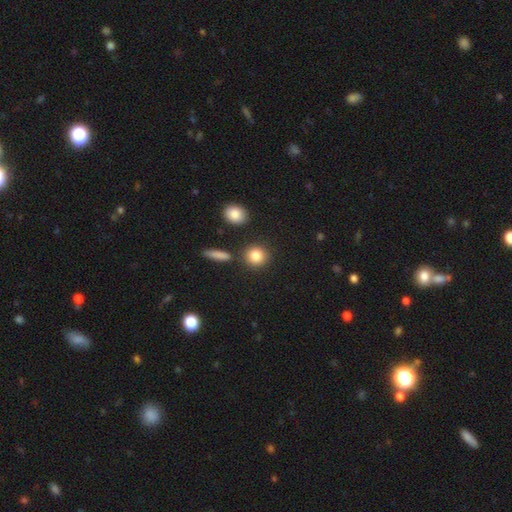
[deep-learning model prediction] Smooth or featured?
  - smooth: 84% *
  - star or artifact: 9%
  - featured or disk: 7%
How rounded?
  - round: 83% *
  - in between: 15%
  - cigar-shaped: 2%
Merging?
  - none: 83% *
  - minor disturbance: 8%
  - merger: 6%
  - major disturbance: 3%